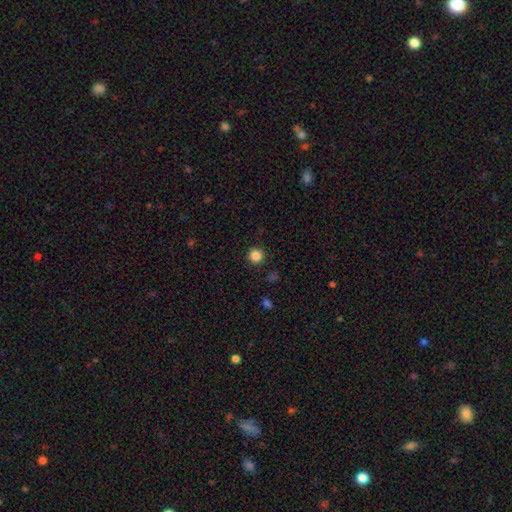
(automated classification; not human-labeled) Morphology: type=smooth (85%); roundness=round (95%); merging=none (92%).